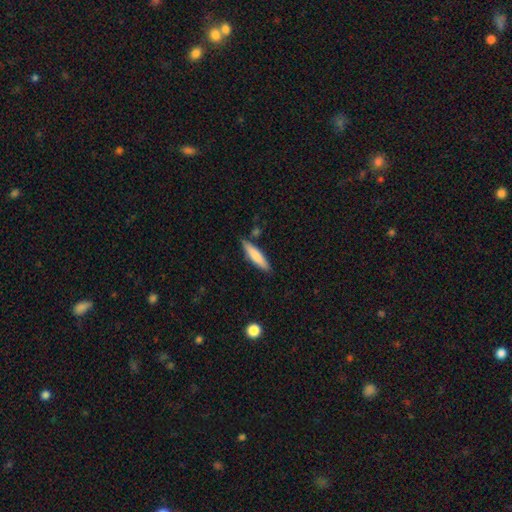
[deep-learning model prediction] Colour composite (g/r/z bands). It shows a smooth galaxy with no disk features (75%) that is cigar-shaped (81%). Merging: none (82%).